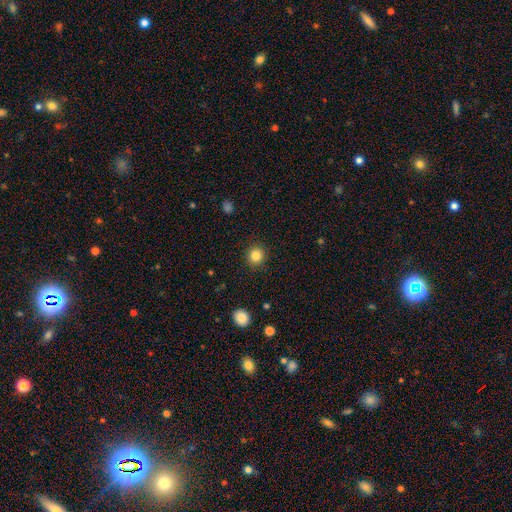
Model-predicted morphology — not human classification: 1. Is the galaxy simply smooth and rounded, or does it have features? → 84% smooth, 11% star or artifact, 5% featured or disk.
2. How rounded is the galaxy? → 90% round, 9% in between, 1% cigar-shaped.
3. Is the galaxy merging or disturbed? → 90% none, 6% minor disturbance, 2% major disturbance, 1% merger.